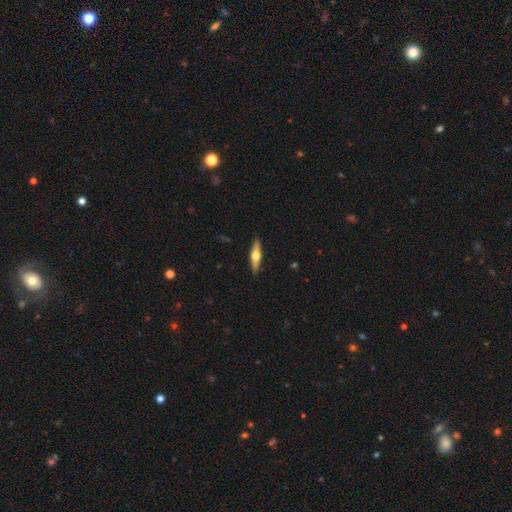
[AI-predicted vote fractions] featured or disk 58%, smooth 37%, star or artifact 5%. Down the decision tree: edge-on disk — yes (95%); edge-on bulge — rounded (95%); merging — none (90%).